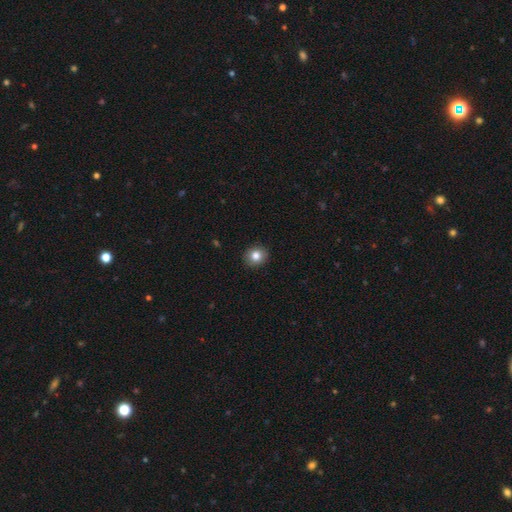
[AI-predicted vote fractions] A smooth galaxy with no disk features (83%) that is round (77%). Merging: none (91%).